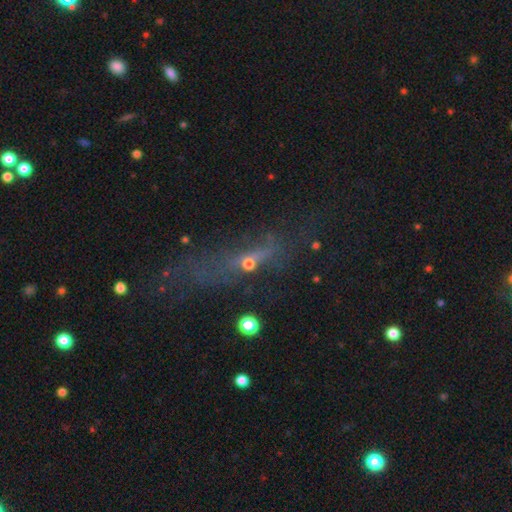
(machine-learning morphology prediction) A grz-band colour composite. It shows a featured or disk galaxy (39%). Merging: none (41%).